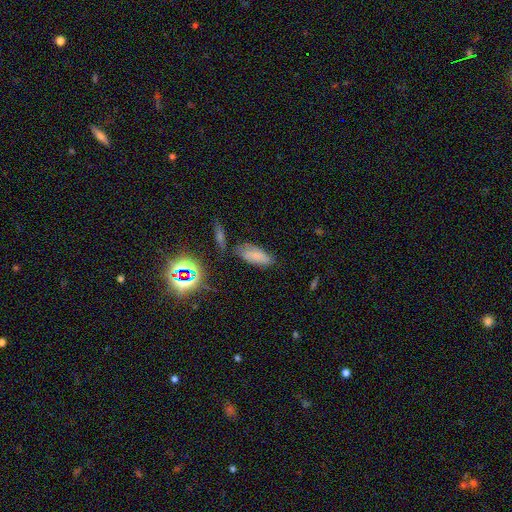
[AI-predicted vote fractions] The model was most divided on "merging": none: 65%, minor disturbance: 21%, merger: 7%, major disturbance: 7%. More confident: how rounded — in between (85%); smooth or featured — smooth (71%).